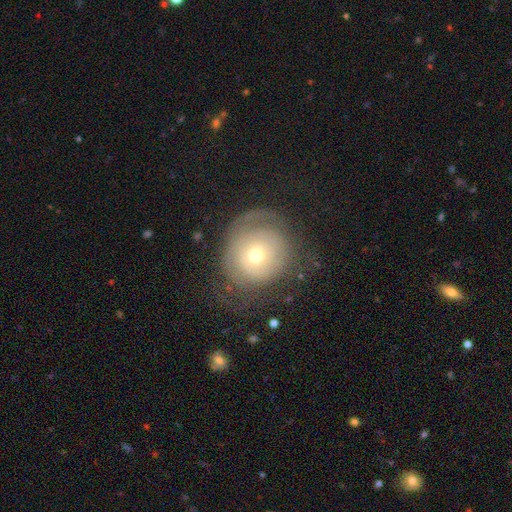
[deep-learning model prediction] Overall: featured or disk (50%; smooth 41%). Merging: none (55%; major disturbance 22%).